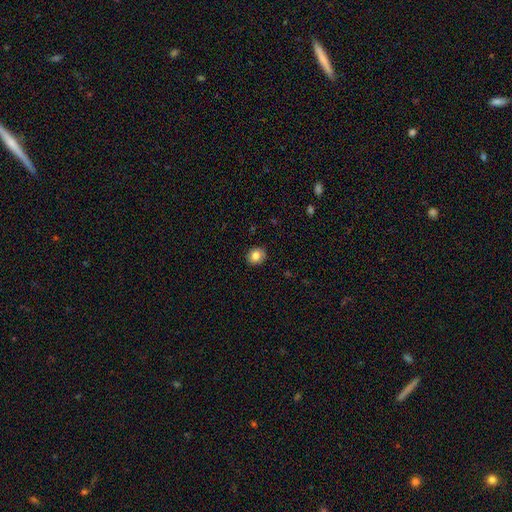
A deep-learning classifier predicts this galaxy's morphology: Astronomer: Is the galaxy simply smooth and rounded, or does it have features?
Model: smooth — 82%.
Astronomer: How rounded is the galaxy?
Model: round — 73%.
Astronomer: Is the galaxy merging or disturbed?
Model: none — 89%.